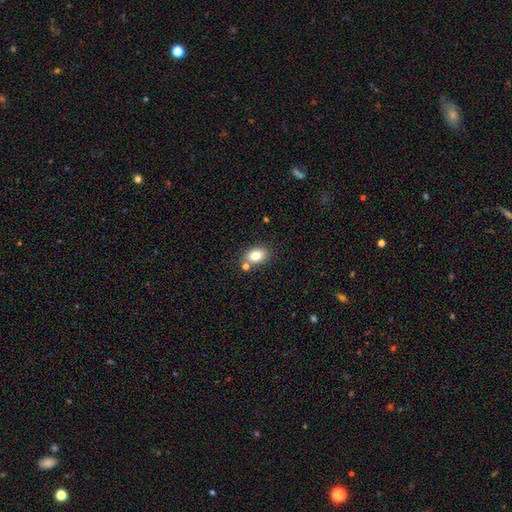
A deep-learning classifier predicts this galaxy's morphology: Smooth or featured? Predicted: smooth (p=0.80). How rounded? Predicted: in between (p=0.70). Merging? Predicted: none (p=0.73).